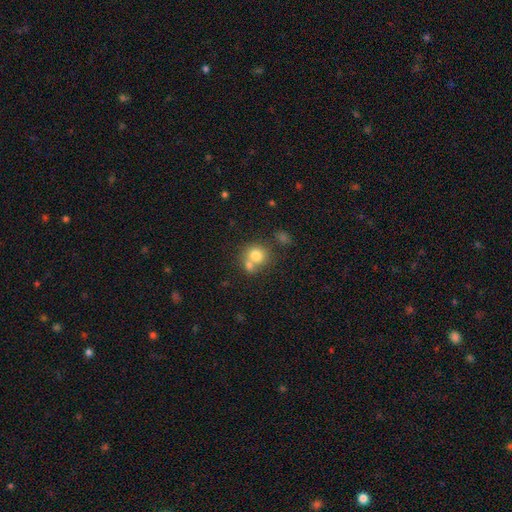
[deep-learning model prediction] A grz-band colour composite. It shows a smooth galaxy with no disk features (76%) that is round (80%). Merging: merger (46%).